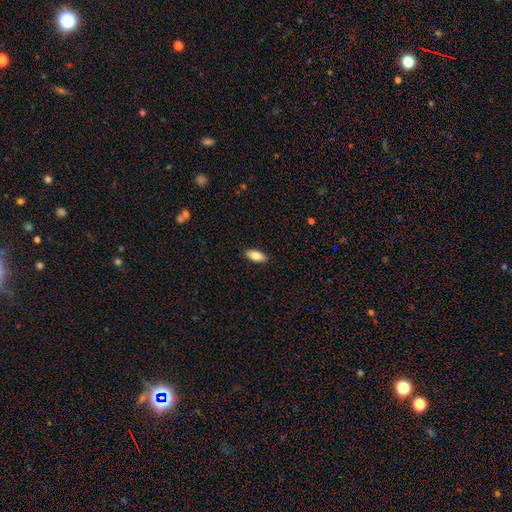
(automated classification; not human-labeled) Morphology: type=smooth (80%); roundness=in between (85%); merging=none (89%).